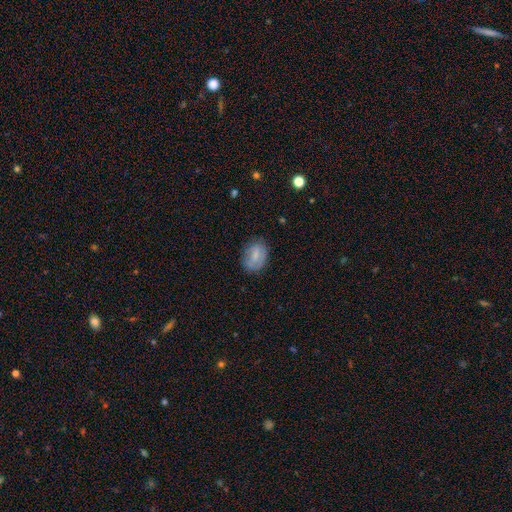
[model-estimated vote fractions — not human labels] The model was most divided on "smooth or featured": smooth: 64%, featured or disk: 28%, star or artifact: 8%. More confident: how rounded — in between (77%); merging — none (75%).